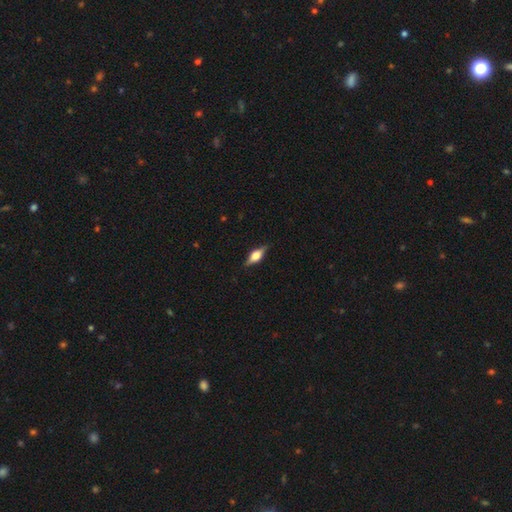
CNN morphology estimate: Smooth or featured?
  - featured or disk: 61% *
  - smooth: 31%
  - star or artifact: 7%
Edge-on disk?
  - yes: 95% *
  - no: 5%
Edge-on bulge?
  - rounded: 87% *
  - boxy: 11%
  - none: 1%
Merging?
  - none: 85% *
  - minor disturbance: 12%
  - major disturbance: 3%
  - merger: 1%